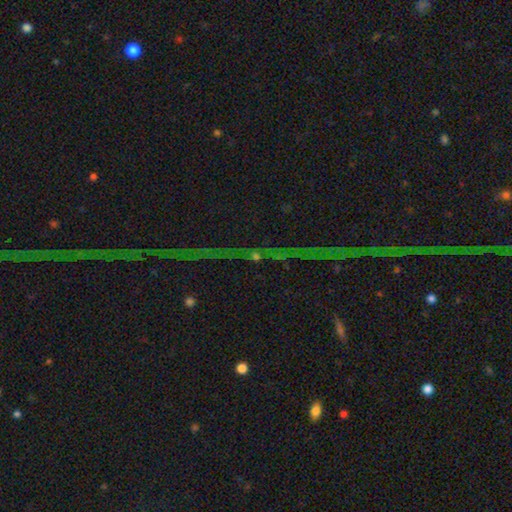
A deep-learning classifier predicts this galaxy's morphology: Smooth or featured: star or artifact — 79% (featured or disk — 13%)